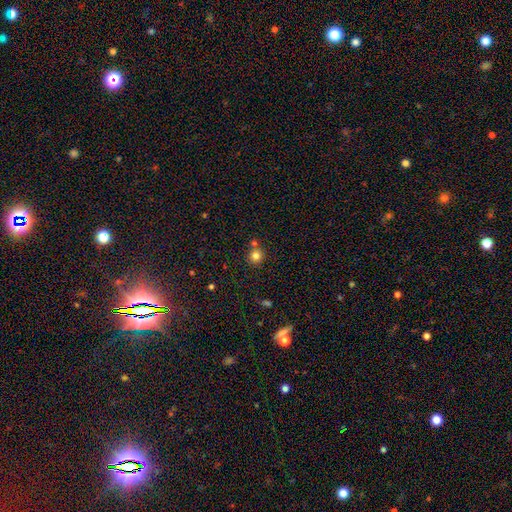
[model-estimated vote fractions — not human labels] Overall: smooth (81%). How rounded: round (92%). Merging: none (76%).